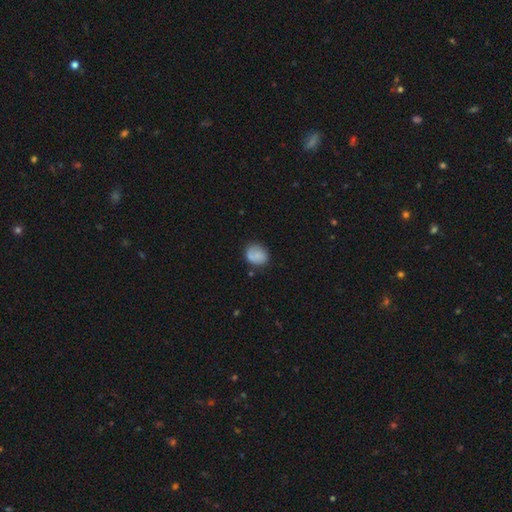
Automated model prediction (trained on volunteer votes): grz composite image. It shows a smooth galaxy with no disk features (75%) that is round (63%). Merging: none (70%).